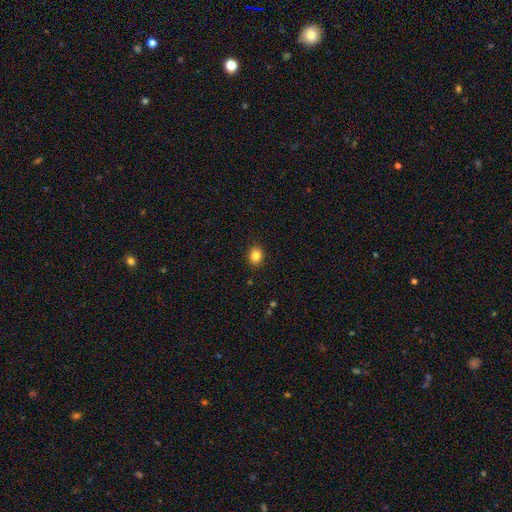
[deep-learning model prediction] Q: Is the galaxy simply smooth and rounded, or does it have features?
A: smooth — 85%.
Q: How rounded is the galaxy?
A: round — 64%.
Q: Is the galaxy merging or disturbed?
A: none — 90%.